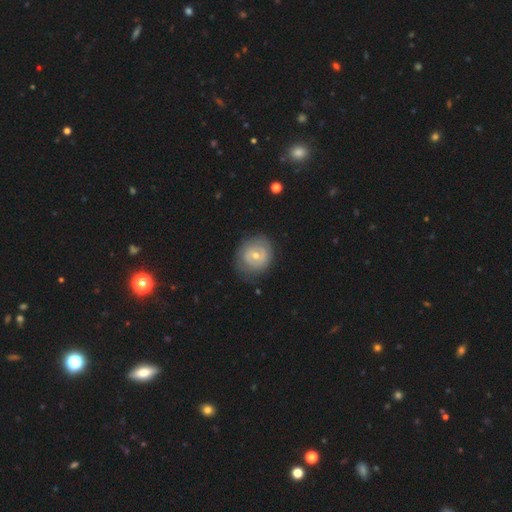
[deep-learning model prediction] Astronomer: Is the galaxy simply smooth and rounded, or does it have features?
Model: featured or disk — 58% (runner-up: smooth, 37%).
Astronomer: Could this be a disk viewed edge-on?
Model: no — 97%.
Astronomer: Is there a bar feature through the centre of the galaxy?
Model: no — 56% (runner-up: weak, 35%).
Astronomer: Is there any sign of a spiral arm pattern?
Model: no — 51% (runner-up: yes, 49%).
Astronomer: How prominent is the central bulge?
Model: moderate — 52% (runner-up: small, 44%).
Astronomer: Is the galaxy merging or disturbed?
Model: none — 76%.